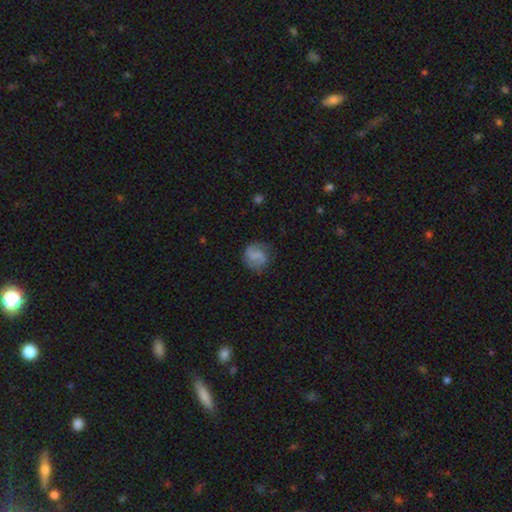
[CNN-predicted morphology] featured or disk 50%, smooth 41%, star or artifact 9%. Down the decision tree: edge-on disk — no (98%); merging — none (71%).